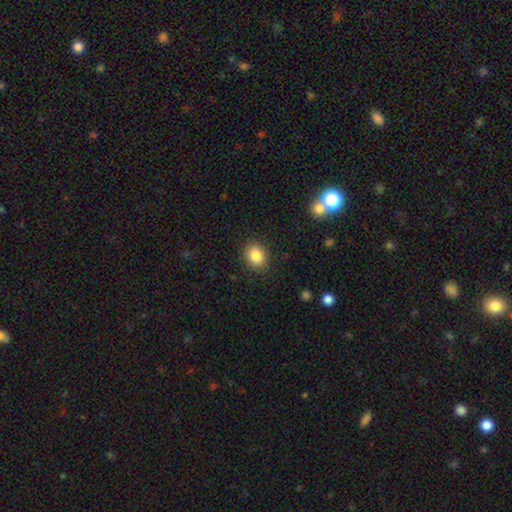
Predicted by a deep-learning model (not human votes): Smooth or featured: smooth — 85% (star or artifact — 10%)
How rounded: round — 64% (in between — 35%)
Merging: none — 88% (minor disturbance — 8%)